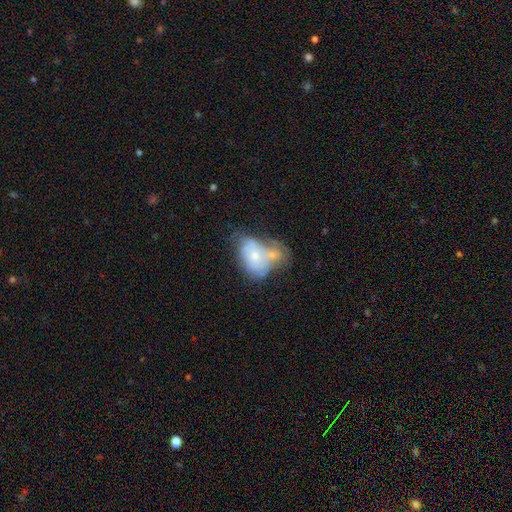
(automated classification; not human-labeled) Smooth or featured?
  - smooth: 48% *
  - featured or disk: 44%
  - star or artifact: 8%
Merging?
  - merger: 47% *
  - major disturbance: 19%
  - none: 17%
  - minor disturbance: 17%